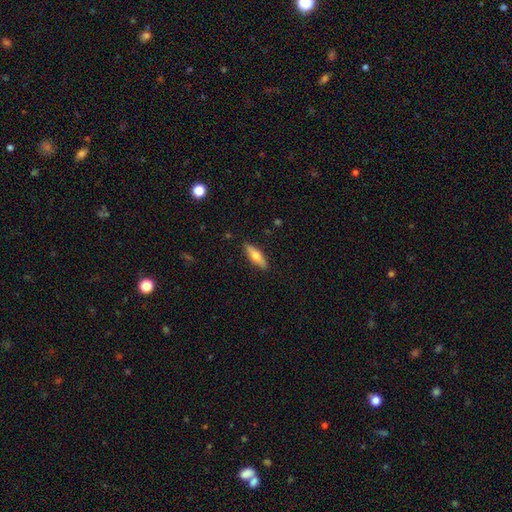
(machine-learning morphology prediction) This appears to be a smooth galaxy with no disk features (61%) that is cigar-shaped (49%). Merging: none (88%).